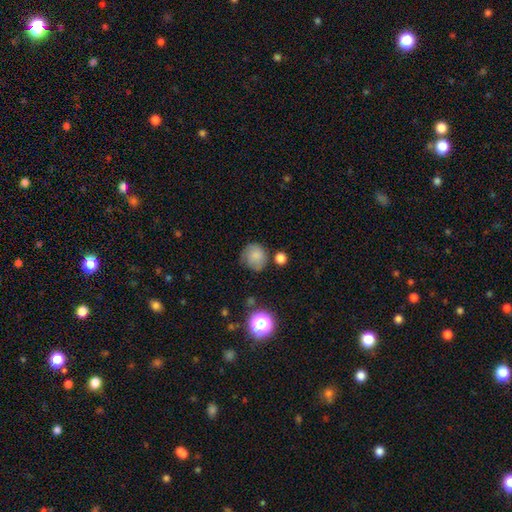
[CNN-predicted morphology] Overall: smooth (80%). How rounded: round (85%). Merging: none (65%).